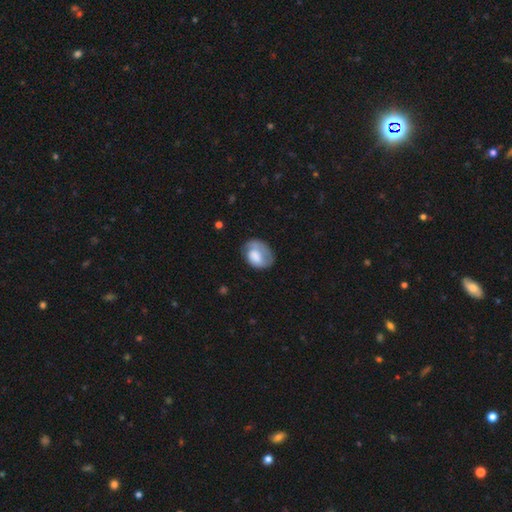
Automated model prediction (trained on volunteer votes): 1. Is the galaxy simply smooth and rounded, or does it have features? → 59% smooth, 34% featured or disk, 7% star or artifact.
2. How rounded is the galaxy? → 66% in between, 32% round, 1% cigar-shaped.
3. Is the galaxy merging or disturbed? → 46% none, 30% minor disturbance, 22% major disturbance, 2% merger.